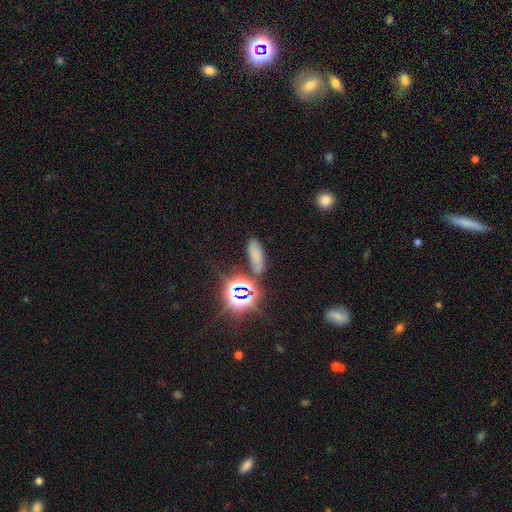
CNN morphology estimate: Smooth or featured: smooth — 54% (star or artifact — 33%)
How rounded: in between — 65% (cigar-shaped — 29%)
Merging: none — 65% (minor disturbance — 18%)